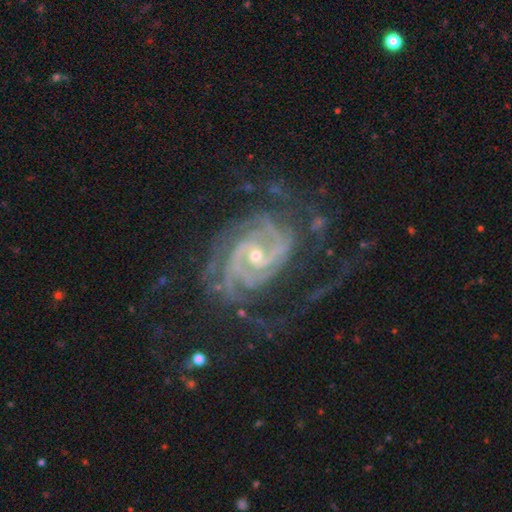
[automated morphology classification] Smooth or featured? featured or disk (91%)
Edge-on disk? no (97%)
Bar? no (43%)
Spiral arms? yes (98%)
Spiral winding? tight (62%)
Spiral arm count? 2 (39%)
Bulge size? small (62%)
Merging? none (58%)